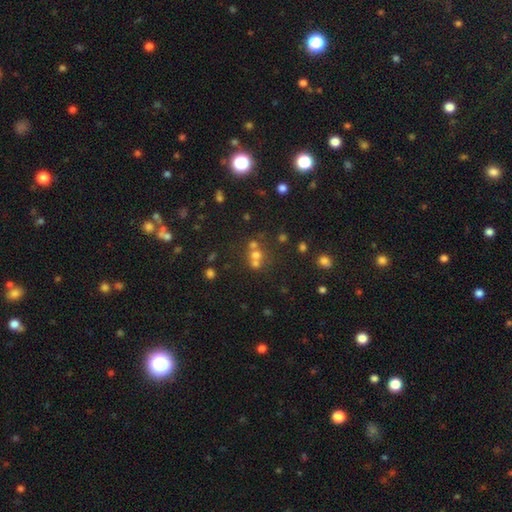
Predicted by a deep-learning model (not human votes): Morphology: type=smooth (44%); merging=none (50%).